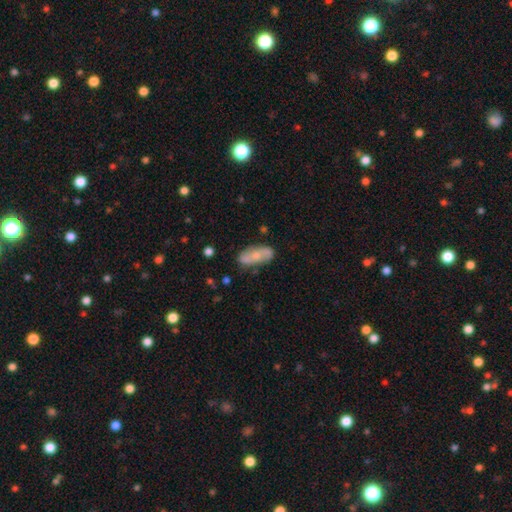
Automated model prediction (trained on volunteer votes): Smooth or featured? featured or disk (47%)
Merging? none (73%)